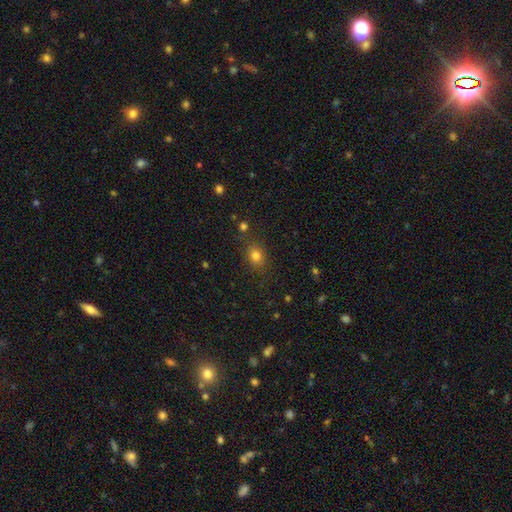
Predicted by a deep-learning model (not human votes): smooth-or-featured: smooth: 77% | star or artifact: 16% | featured or disk: 8%
  how-rounded: in between: 51% | round: 47% | cigar-shaped: 2%
  merging: none: 80% | minor disturbance: 12% | major disturbance: 4% | merger: 3%